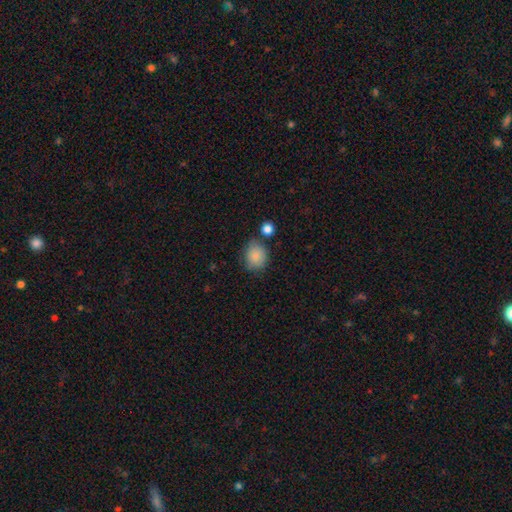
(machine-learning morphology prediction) smooth-or-featured: smooth: 86% | star or artifact: 8% | featured or disk: 5%
  how-rounded: round: 65% | in between: 34% | cigar-shaped: 1%
  merging: none: 69% | minor disturbance: 18% | merger: 8% | major disturbance: 5%